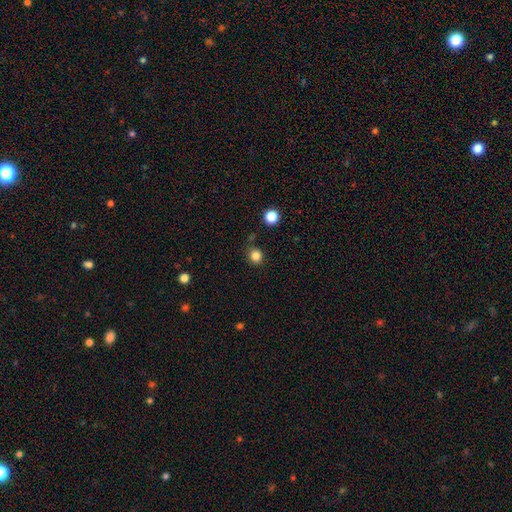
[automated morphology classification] Smooth or featured?
  - smooth: 83% *
  - star or artifact: 13%
  - featured or disk: 4%
How rounded?
  - round: 87% *
  - in between: 12%
  - cigar-shaped: 1%
Merging?
  - none: 83% *
  - minor disturbance: 10%
  - merger: 4%
  - major disturbance: 3%